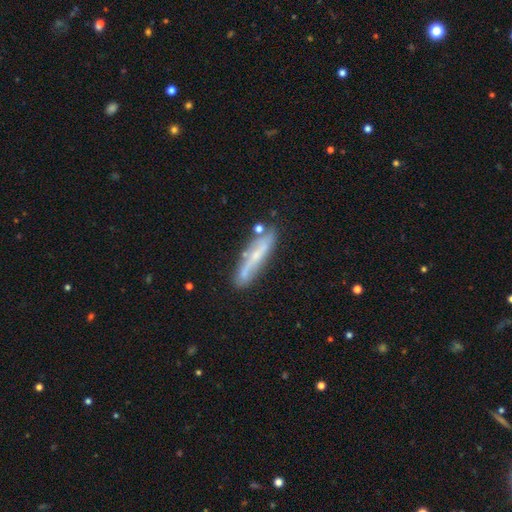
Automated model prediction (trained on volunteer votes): smooth_or_featured: featured or disk (p=0.59) [alt: smooth p=0.33]
disk_edge_on: yes (p=0.66) [alt: no p=0.34]
merging: none (p=0.73) [alt: minor disturbance p=0.17]